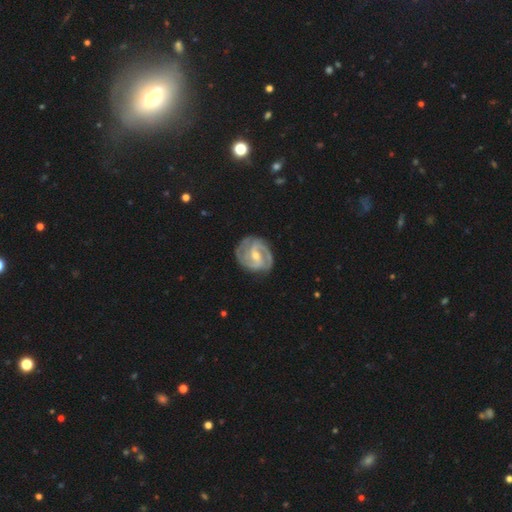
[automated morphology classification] featured or disk 89%, smooth 6%, star or artifact 5%. Down the decision tree: edge-on disk — no (98%); bar — weak (47%); spiral arms — yes (97%); spiral arm count — 2 (68%); spiral winding — tight (52%); bulge size — moderate (50%); merging — none (79%).